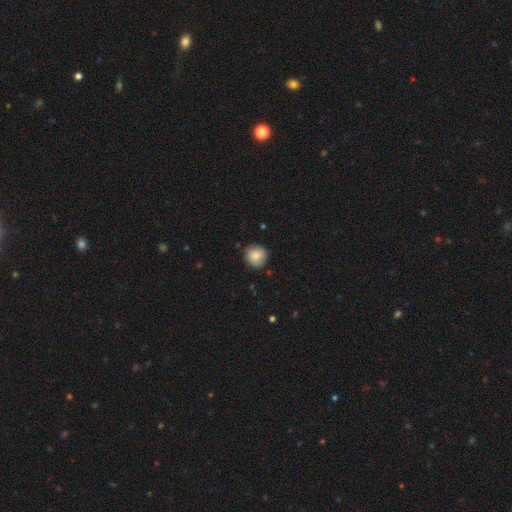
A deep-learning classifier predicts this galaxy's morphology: smooth_or_featured: smooth (p=0.79) [alt: featured or disk p=0.13]
how_rounded: round (p=0.90) [alt: in between p=0.09]
merging: none (p=0.78) [alt: minor disturbance p=0.17]